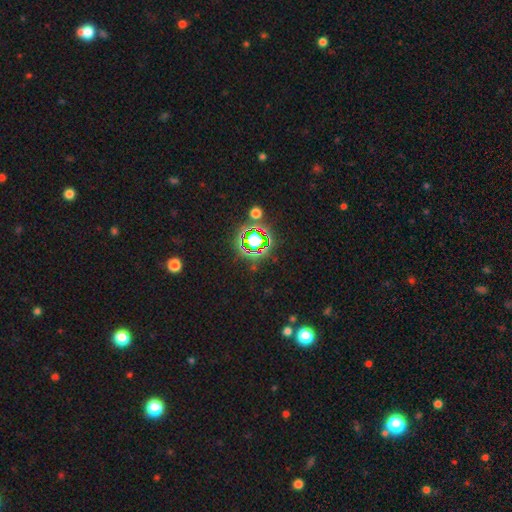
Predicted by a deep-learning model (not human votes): The model was most divided on "smooth or featured": star or artifact: 81%, smooth: 12%, featured or disk: 7%.